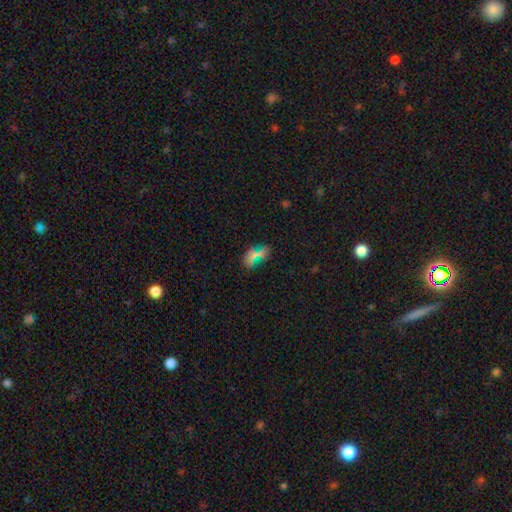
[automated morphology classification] smooth_or_featured: smooth (p=0.60) [alt: star or artifact p=0.29]
how_rounded: in between (p=0.82) [alt: round p=0.10]
merging: none (p=0.74) [alt: minor disturbance p=0.14]